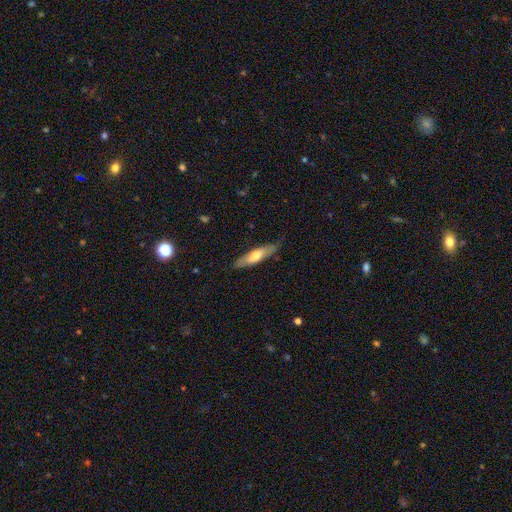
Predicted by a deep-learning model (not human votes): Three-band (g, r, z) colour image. It shows a smooth galaxy with no disk features (58%) that is cigar-shaped (72%). Merging: none (81%).